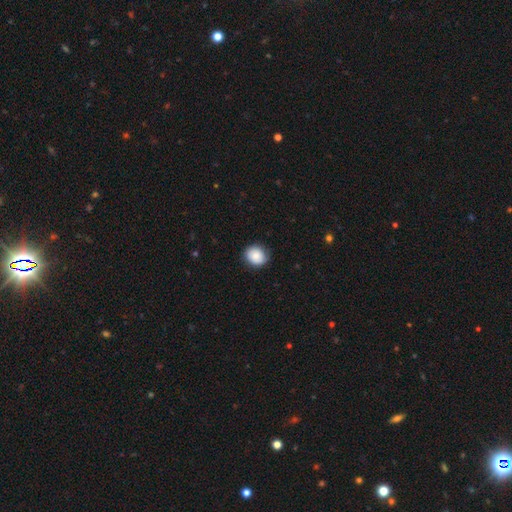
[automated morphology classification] smooth-or-featured: smooth: 82% | featured or disk: 11% | star or artifact: 8%
  how-rounded: round: 74% | in between: 25% | cigar-shaped: 1%
  merging: none: 83% | minor disturbance: 13% | major disturbance: 3% | merger: 1%